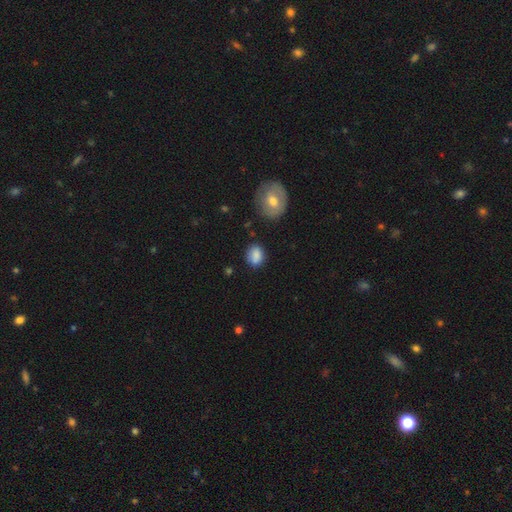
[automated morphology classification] The model was most divided on "how rounded": in between: 55%, round: 44%, cigar-shaped: 2%. More confident: smooth or featured — smooth (82%); merging — none (71%).